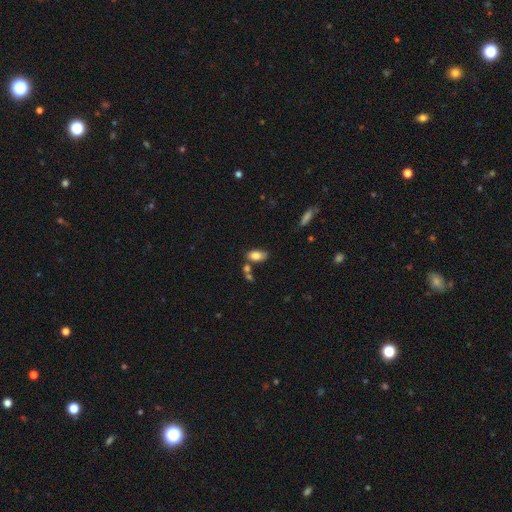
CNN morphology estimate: Smooth or featured? smooth (82%)
How rounded? in between (92%)
Merging? none (59%)